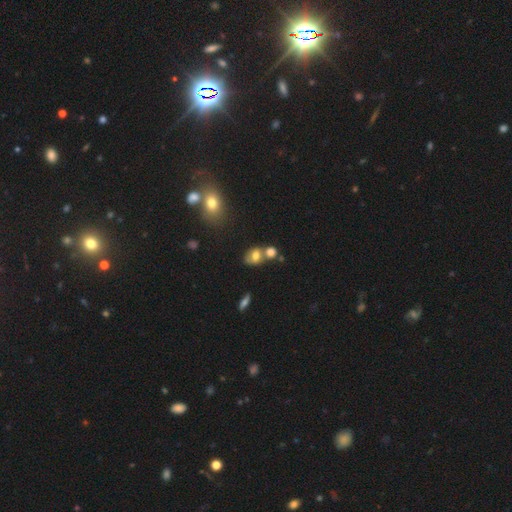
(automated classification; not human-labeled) smooth_or_featured: smooth (p=0.67) [alt: featured or disk p=0.20]
how_rounded: in between (p=0.59) [alt: round p=0.39]
merging: merger (p=0.47) [alt: none p=0.35]